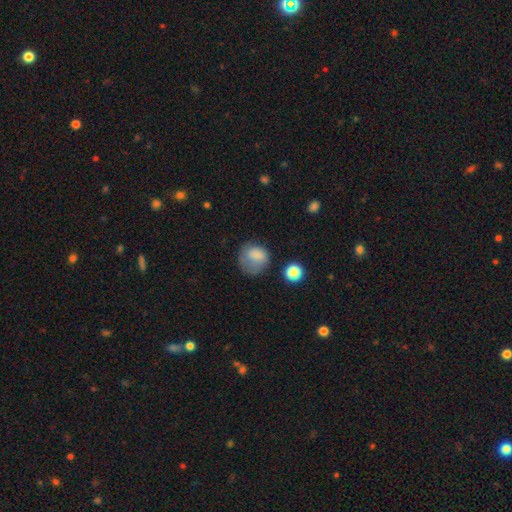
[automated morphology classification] type=smooth (80%); roundness=round (76%); merging=none (52%).